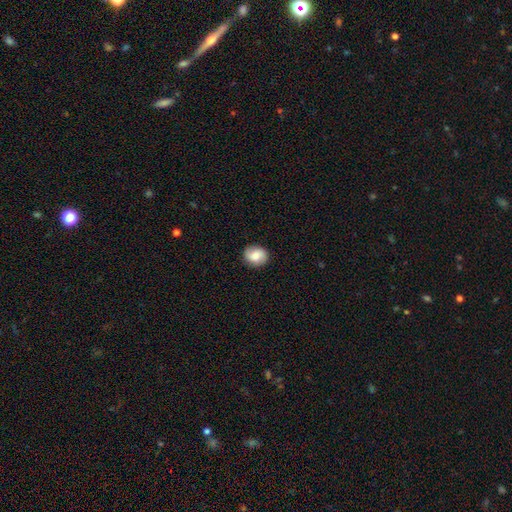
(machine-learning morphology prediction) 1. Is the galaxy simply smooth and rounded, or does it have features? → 71% smooth, 21% featured or disk, 8% star or artifact.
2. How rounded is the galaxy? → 60% round, 39% in between, 1% cigar-shaped.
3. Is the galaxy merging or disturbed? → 86% none, 11% minor disturbance, 3% major disturbance, 1% merger.